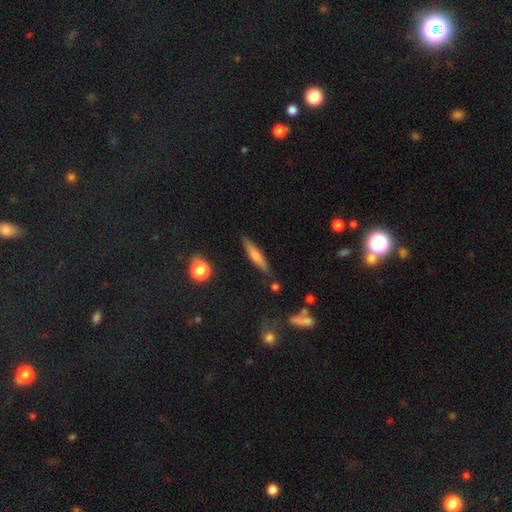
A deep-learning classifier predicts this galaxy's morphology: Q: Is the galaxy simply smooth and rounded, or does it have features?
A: smooth — 63%.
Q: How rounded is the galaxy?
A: cigar-shaped — 85%.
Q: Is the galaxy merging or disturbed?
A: none — 83%.